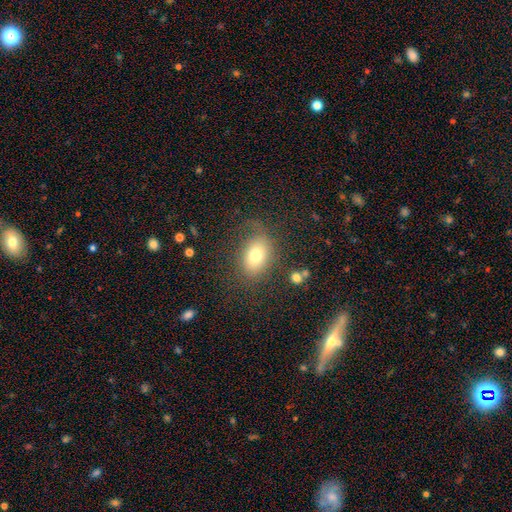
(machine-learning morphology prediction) The model was most divided on "merging": none: 63%, minor disturbance: 19%, major disturbance: 16%, merger: 3%. More confident: how rounded — in between (78%); smooth or featured — smooth (69%).